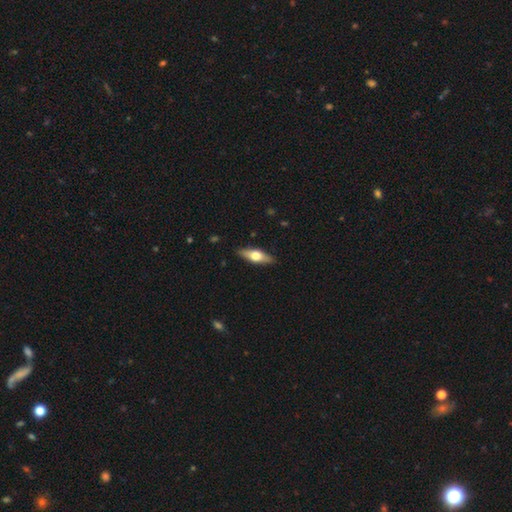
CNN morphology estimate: smooth 47% (tied), featured or disk 47% (tied), star or artifact 6%. Down the decision tree: merging — none (88%).